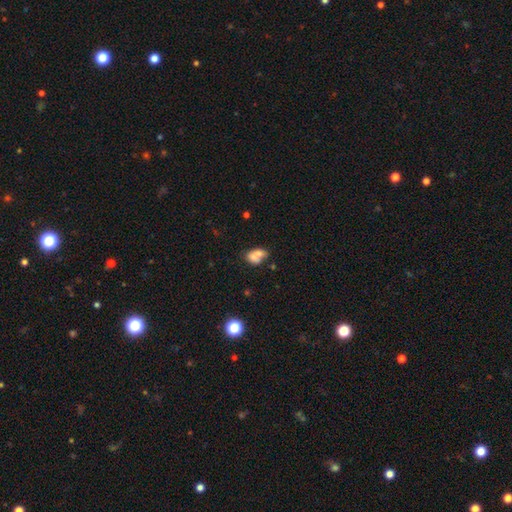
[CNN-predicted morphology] The model was most divided on "merging": merger: 56%, none: 24%, minor disturbance: 12%, major disturbance: 9%. More confident: how rounded — in between (72%); smooth or featured — smooth (65%).